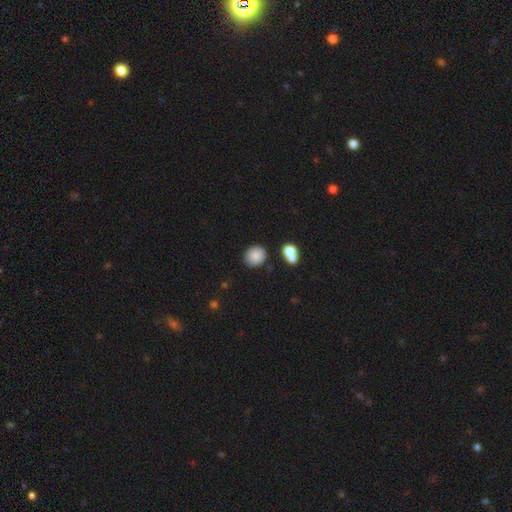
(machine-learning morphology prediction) A smooth galaxy with no disk features (84%) that is round (68%).

Vote fractions:
- Smooth or featured? smooth: 84% / star or artifact: 9% / featured or disk: 7%
- How rounded? round: 68% / in between: 31% / cigar-shaped: 1%
- Merging? none: 81% / minor disturbance: 11% / merger: 6% / major disturbance: 3%